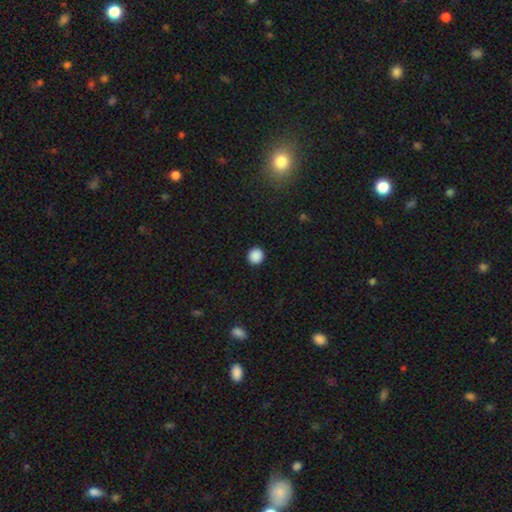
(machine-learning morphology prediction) smooth-or-featured: smooth: 88% | star or artifact: 10% | featured or disk: 2%
  how-rounded: round: 94% | in between: 5% | cigar-shaped: 1%
  merging: none: 93% | minor disturbance: 5% | major disturbance: 2% | merger: 1%